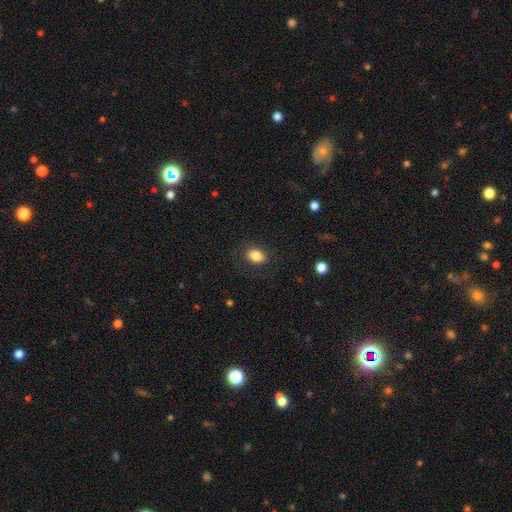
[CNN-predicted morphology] Smooth or featured: smooth — 84% (star or artifact — 8%)
How rounded: in between — 77% (round — 22%)
Merging: none — 83% (minor disturbance — 11%)